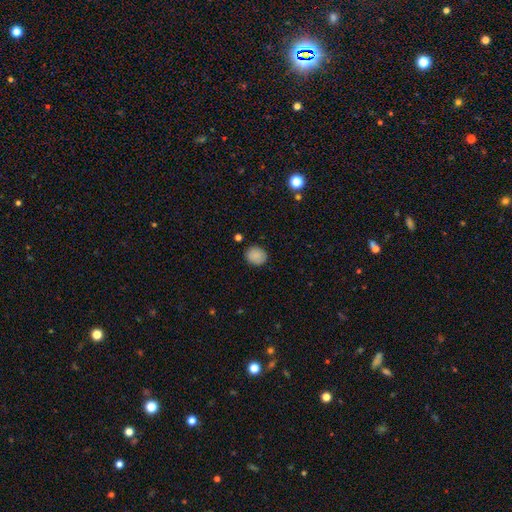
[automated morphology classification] smooth-or-featured: smooth: 87% | star or artifact: 8% | featured or disk: 4%
  how-rounded: round: 73% | in between: 26% | cigar-shaped: 1%
  merging: none: 86% | minor disturbance: 10% | major disturbance: 2% | merger: 2%